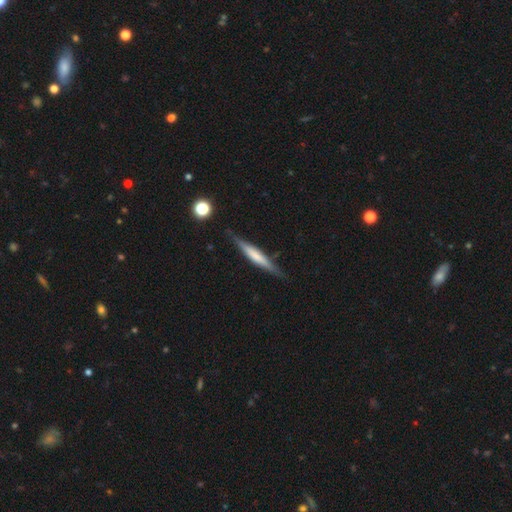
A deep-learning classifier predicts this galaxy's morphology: smooth_or_featured: featured or disk (p=0.50) [alt: smooth p=0.44]
disk_edge_on: yes (p=0.95) [alt: no p=0.05]
merging: none (p=0.83) [alt: minor disturbance p=0.12]